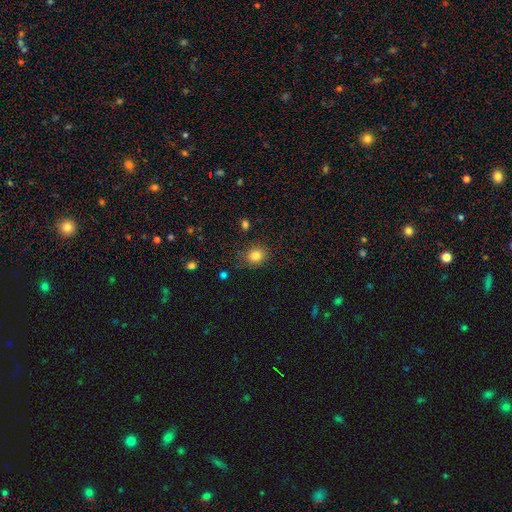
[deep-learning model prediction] Smooth or featured? Predicted: smooth (p=0.83). How rounded? Predicted: round (p=0.66). Merging? Predicted: none (p=0.79).